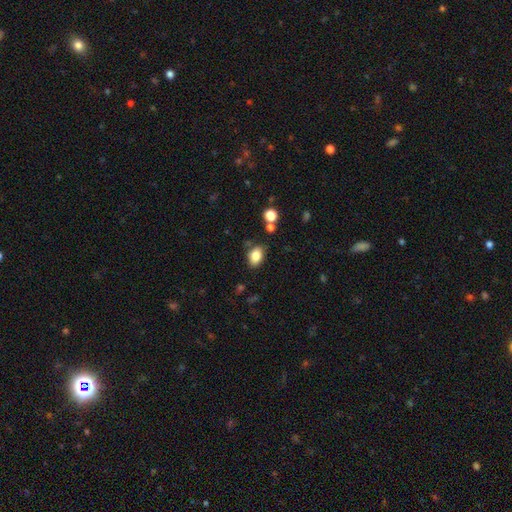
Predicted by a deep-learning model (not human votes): A smooth galaxy with no disk features (83%) that is in between round and cigar-shaped (82%). Merging: none (76%).